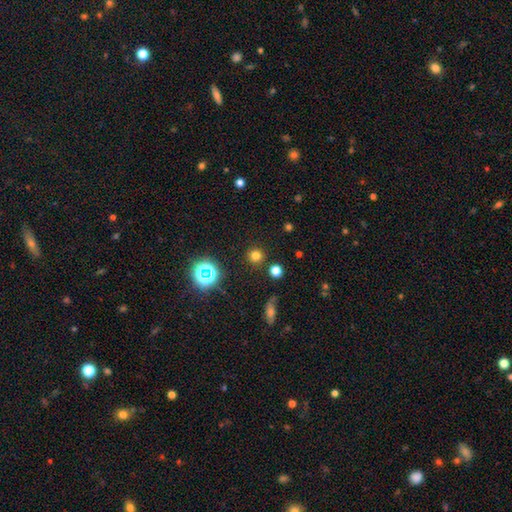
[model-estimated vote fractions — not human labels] A smooth galaxy with no disk features (72%) that is round (94%). Merging: none (89%).